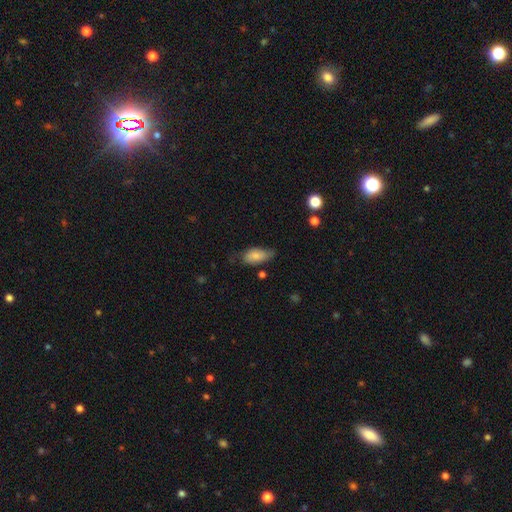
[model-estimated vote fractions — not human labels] smooth-or-featured: smooth: 80% | featured or disk: 13% | star or artifact: 7%
  how-rounded: in between: 89% | cigar-shaped: 8% | round: 3%
  merging: none: 52% | minor disturbance: 36% | major disturbance: 9% | merger: 3%